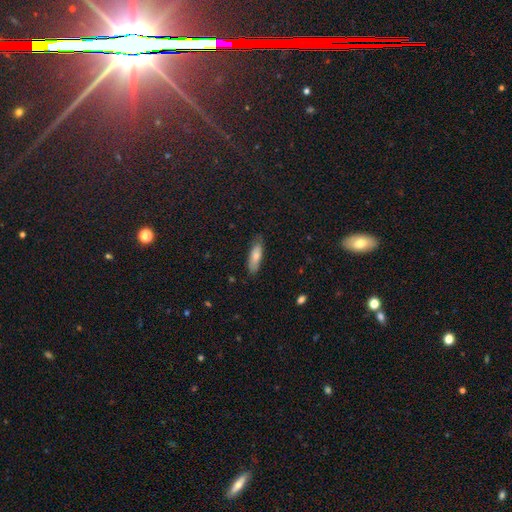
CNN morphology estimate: This appears to be a smooth galaxy with no disk features (74%) that is in between round and cigar-shaped (56%). Merging: none (80%).